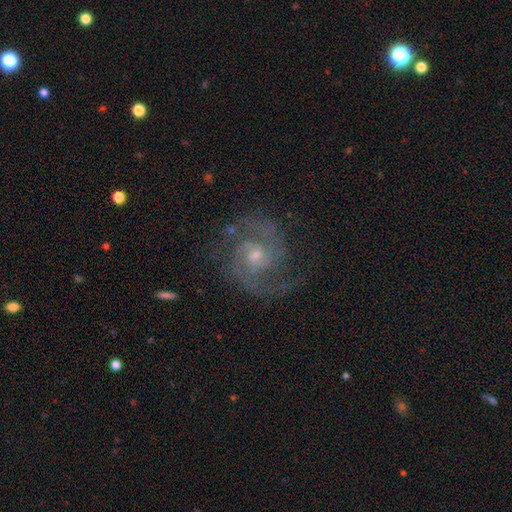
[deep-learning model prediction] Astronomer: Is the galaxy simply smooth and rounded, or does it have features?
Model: featured or disk — 90%.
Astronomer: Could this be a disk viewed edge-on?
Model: no — 98%.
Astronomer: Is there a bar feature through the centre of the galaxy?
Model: no — 56% (runner-up: weak, 38%).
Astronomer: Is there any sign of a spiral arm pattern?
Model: yes — 98%.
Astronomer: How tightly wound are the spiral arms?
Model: medium — 55% (runner-up: tight, 34%).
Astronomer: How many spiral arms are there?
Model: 2 — 81%.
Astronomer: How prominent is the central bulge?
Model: small — 57% (runner-up: moderate, 38%).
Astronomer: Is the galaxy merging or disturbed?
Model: none — 74%.